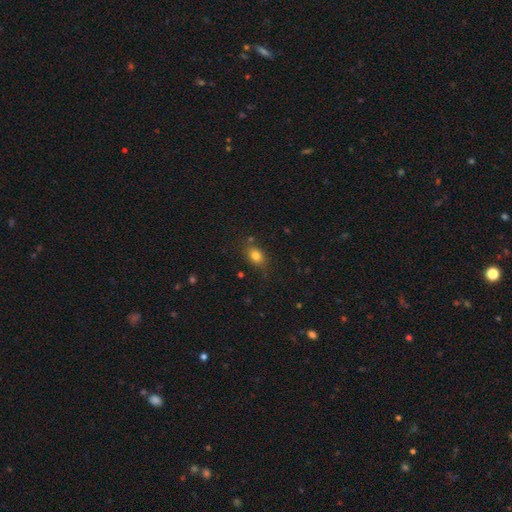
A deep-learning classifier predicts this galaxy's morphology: Smooth or featured?
  - smooth: 80% *
  - star or artifact: 11%
  - featured or disk: 9%
How rounded?
  - in between: 74% *
  - round: 24%
  - cigar-shaped: 2%
Merging?
  - none: 79% *
  - minor disturbance: 14%
  - merger: 4%
  - major disturbance: 3%